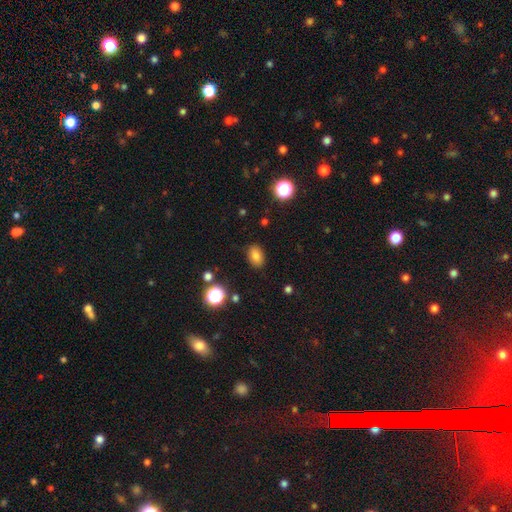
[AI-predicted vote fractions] The model was most divided on "how rounded": in between: 80%, round: 19%, cigar-shaped: 1%. More confident: merging — none (86%); smooth or featured — smooth (80%).